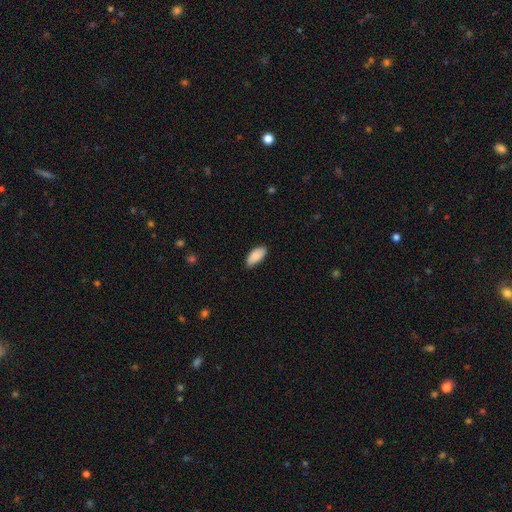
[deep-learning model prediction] The model was most divided on "merging": none: 81%, minor disturbance: 15%, major disturbance: 2%, merger: 1%. More confident: how rounded — in between (92%); smooth or featured — smooth (89%).